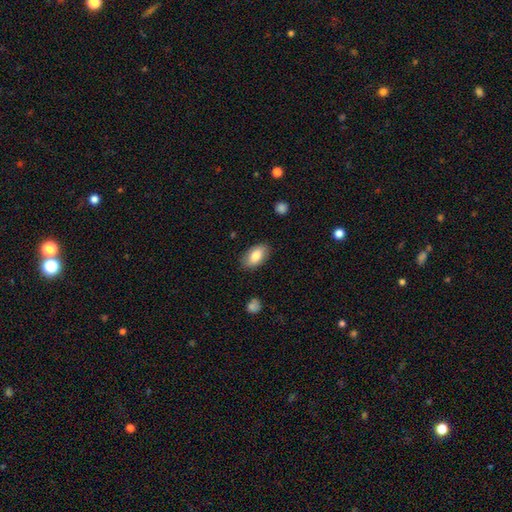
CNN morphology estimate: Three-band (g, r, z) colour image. It shows a smooth galaxy with no disk features (82%) that is in between round and cigar-shaped (93%). Merging: none (85%).